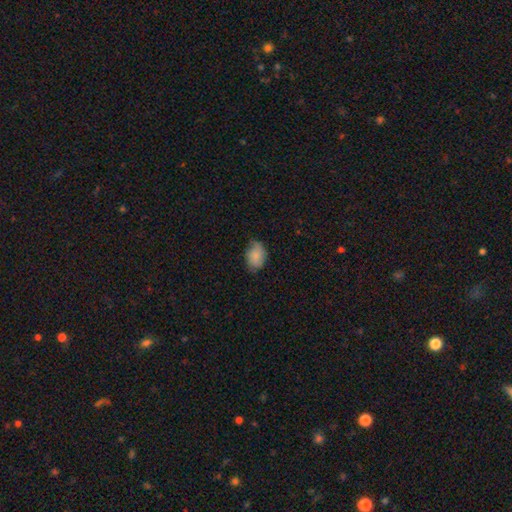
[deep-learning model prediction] smooth 78%, featured or disk 15%, star or artifact 7%. Down the decision tree: how rounded — in between (78%); merging — none (64%).